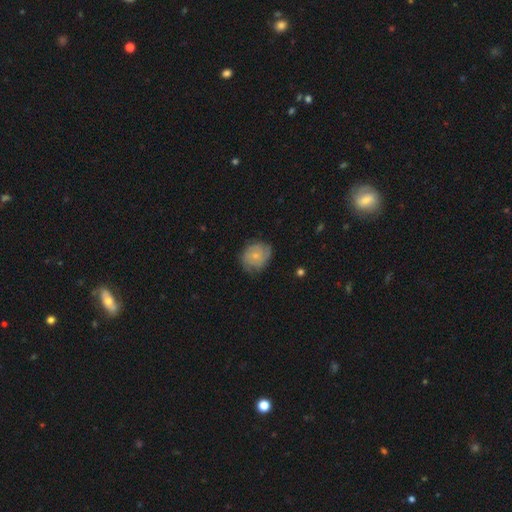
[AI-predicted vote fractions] Overall: featured or disk (54%; smooth 39%). Edge-on disk: no (98%). Bar: no (74%). Spiral arms: yes (86%). Bulge size: small (68%). Merging: none (71%).